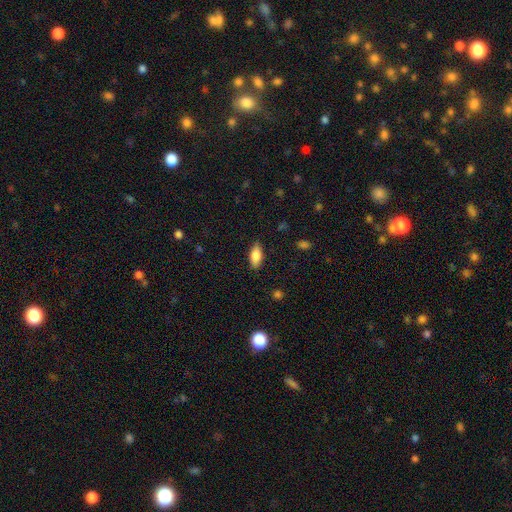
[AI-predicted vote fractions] Overall: smooth (79%). How rounded: in between (85%). Merging: none (85%).